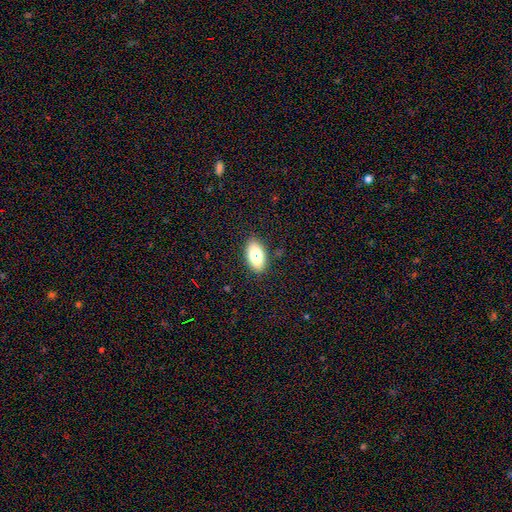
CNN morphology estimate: type=smooth (76%); roundness=in between (90%); merging=none (86%).